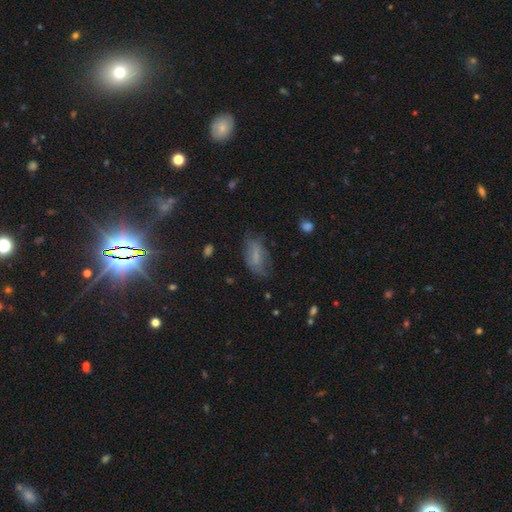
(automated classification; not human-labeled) Smooth or featured? Predicted: smooth (p=0.63). How rounded? Predicted: in between (p=0.87). Merging? Predicted: none (p=0.58).